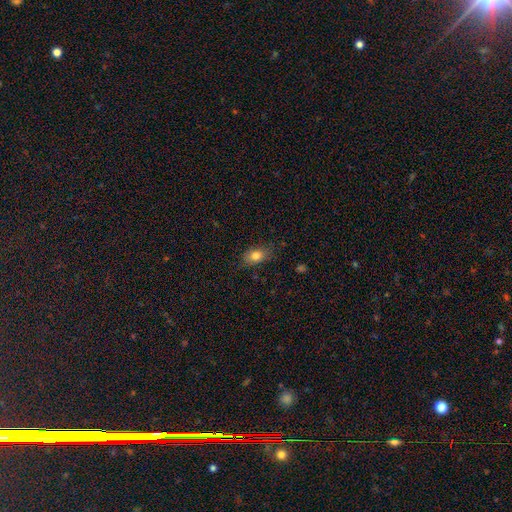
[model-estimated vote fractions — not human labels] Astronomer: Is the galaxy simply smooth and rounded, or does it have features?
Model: smooth — 80%.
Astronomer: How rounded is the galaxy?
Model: in between — 80%.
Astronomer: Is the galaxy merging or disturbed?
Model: none — 77%.